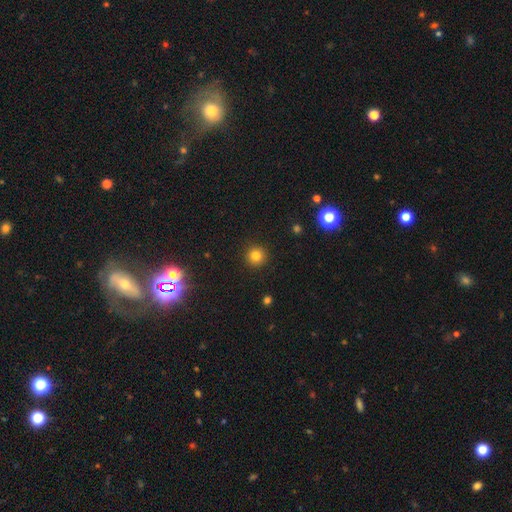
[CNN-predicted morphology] This is likely a smooth galaxy (80%). How rounded: clearly round (95%). Merging: clearly none (92%).